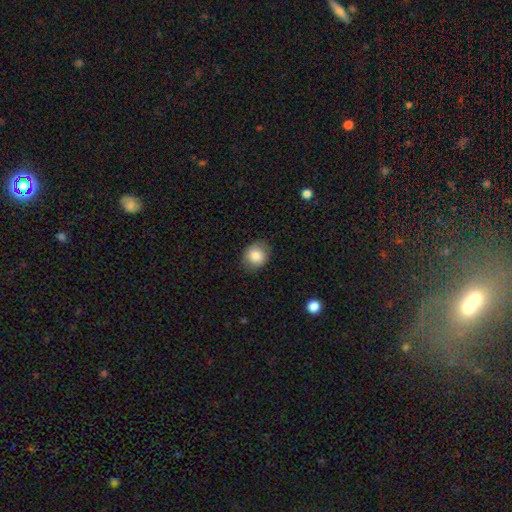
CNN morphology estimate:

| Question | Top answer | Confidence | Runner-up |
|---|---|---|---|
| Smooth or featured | smooth | 84% | star or artifact (8%) |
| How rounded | round | 64% | in between (36%) |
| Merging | none | 81% | minor disturbance (14%) |